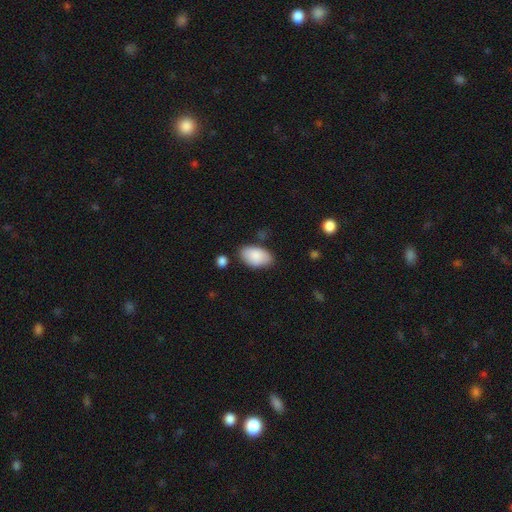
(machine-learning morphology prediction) Smooth or featured? Predicted: smooth (p=0.87). How rounded? Predicted: in between (p=0.95). Merging? Predicted: none (p=0.74).